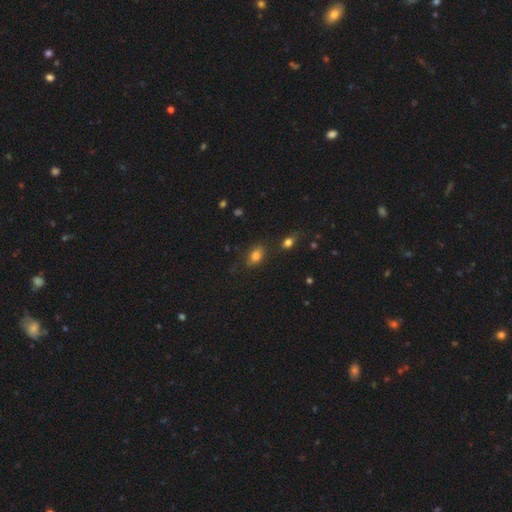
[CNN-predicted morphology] smooth 81%, star or artifact 11%, featured or disk 8%. Down the decision tree: how rounded — in between (79%); merging — none (71%).